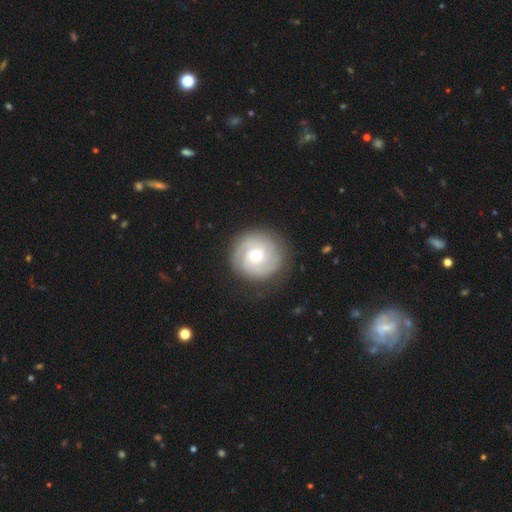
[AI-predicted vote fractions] Smooth or featured? Predicted: featured or disk (p=0.81). Edge-on disk? Predicted: no (p=0.98). Bar? Predicted: no (p=0.66). Spiral arms? Predicted: yes (p=0.96). Spiral winding? Predicted: tight (p=0.71). Spiral arm count? Predicted: 2 (p=0.41). Bulge size? Predicted: moderate (p=0.69). Merging? Predicted: none (p=0.84).